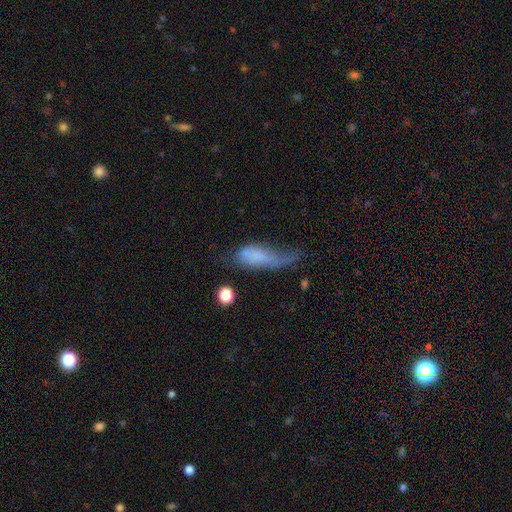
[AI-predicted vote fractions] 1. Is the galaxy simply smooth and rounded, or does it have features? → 61% smooth, 28% featured or disk, 11% star or artifact.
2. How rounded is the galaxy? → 58% in between, 38% cigar-shaped, 4% round.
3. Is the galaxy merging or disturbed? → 41% major disturbance, 29% minor disturbance, 23% none, 7% merger.